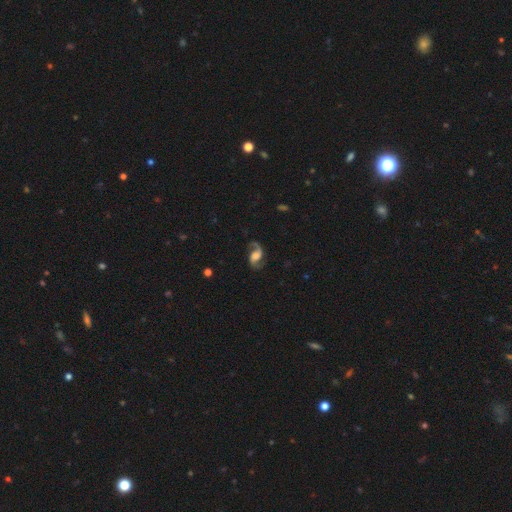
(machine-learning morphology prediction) Q: Smooth or featured?
A: featured or disk (86%); runner-up: smooth (8%)
Q: Edge-on disk?
A: no (97%); runner-up: yes (3%)
Q: Bar?
A: no (43%); tied with: weak (43%)
Q: Spiral arms?
A: yes (97%); runner-up: no (3%)
Q: Spiral winding?
A: loose (55%); runner-up: medium (38%)
Q: Spiral arm count?
A: 2 (91%); runner-up: 1 (4%)
Q: Bulge size?
A: large (36%); runner-up: moderate (32%)
Q: Merging?
A: none (75%); runner-up: minor disturbance (14%)